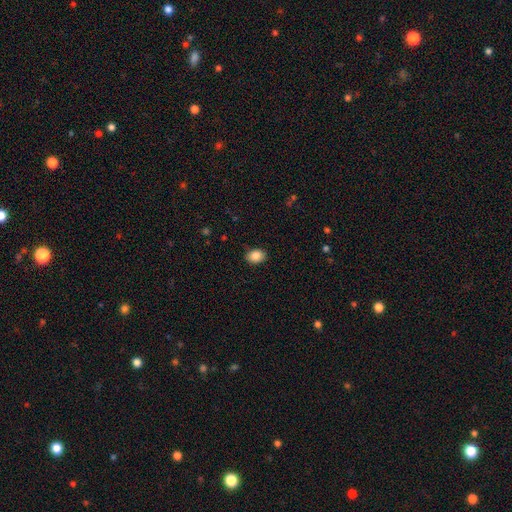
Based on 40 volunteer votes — Overall: smooth (88%). How rounded: in between (77%). Merging: none (89%).